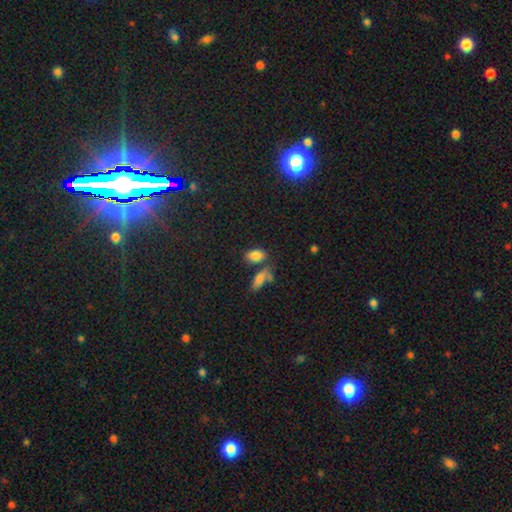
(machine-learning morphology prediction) A smooth galaxy with no disk features (84%) that is in between round and cigar-shaped (89%). Merging: none (60%).